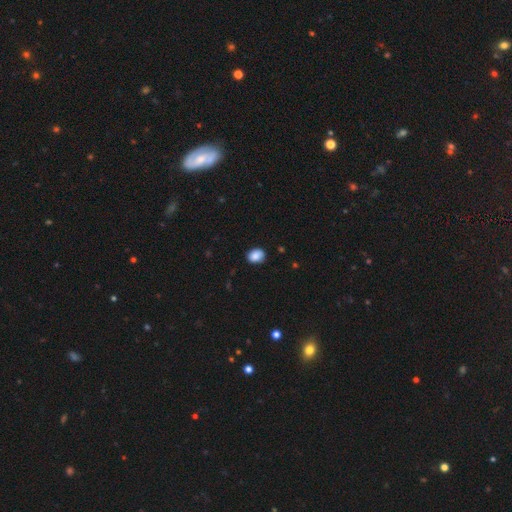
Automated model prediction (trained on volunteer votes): smooth-or-featured: smooth: 87% | star or artifact: 8% | featured or disk: 5%
  how-rounded: in between: 59% | round: 40% | cigar-shaped: 1%
  merging: none: 81% | minor disturbance: 15% | major disturbance: 3% | merger: 1%